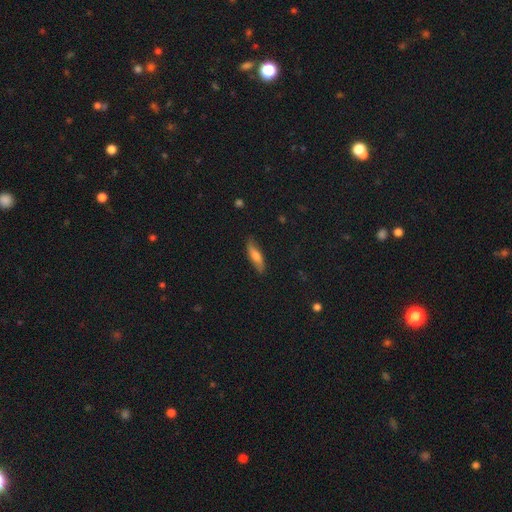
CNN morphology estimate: type=smooth (60%); roundness=cigar-shaped (57%); merging=none (80%).